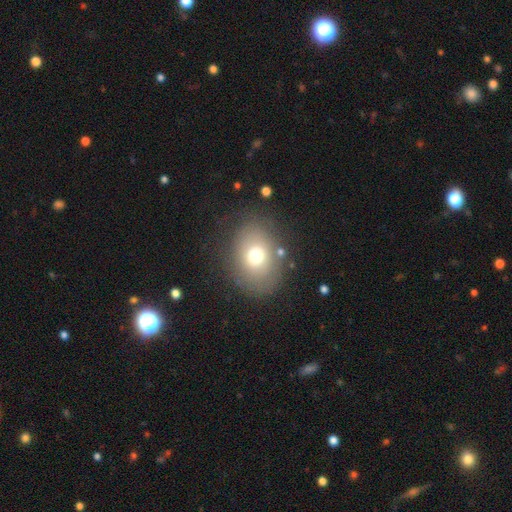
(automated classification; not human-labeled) Smooth or featured: smooth — 69% (featured or disk — 18%)
How rounded: in between — 58% (round — 41%)
Merging: none — 75% (minor disturbance — 15%)